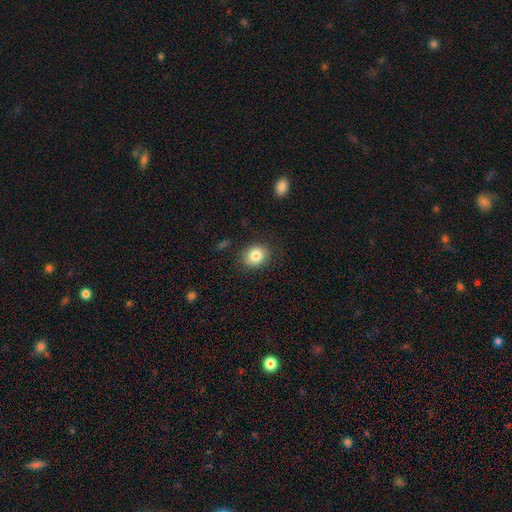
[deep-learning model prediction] The model was most divided on "how rounded": round: 59%, in between: 40%, cigar-shaped: 1%. More confident: merging — none (85%); smooth or featured — smooth (83%).